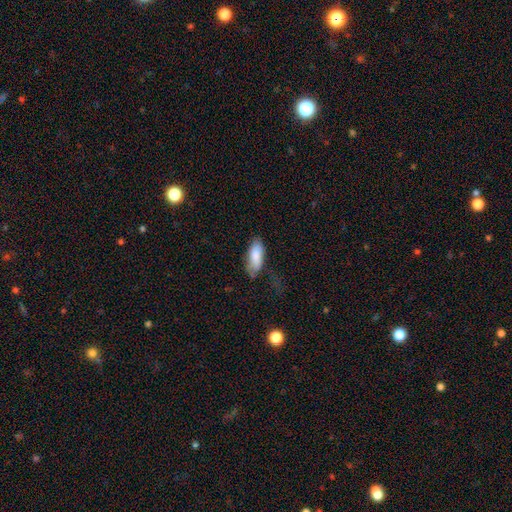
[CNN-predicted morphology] Q: Smooth or featured?
A: smooth (83%); runner-up: featured or disk (10%)
Q: How rounded?
A: in between (80%); runner-up: cigar-shaped (18%)
Q: Merging?
A: none (56%); runner-up: minor disturbance (31%)